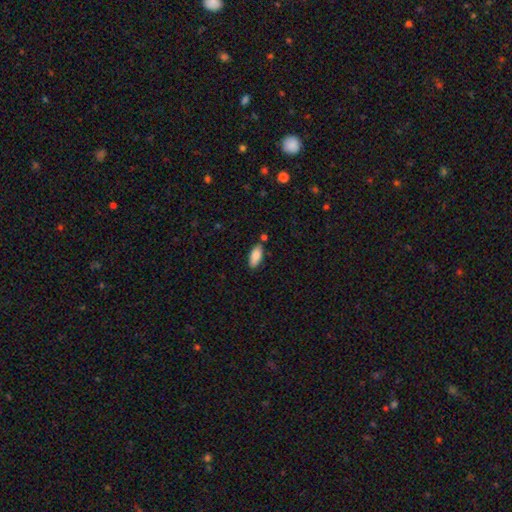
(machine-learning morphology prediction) Overall: smooth (87%). How rounded: in between (85%). Merging: none (77%).